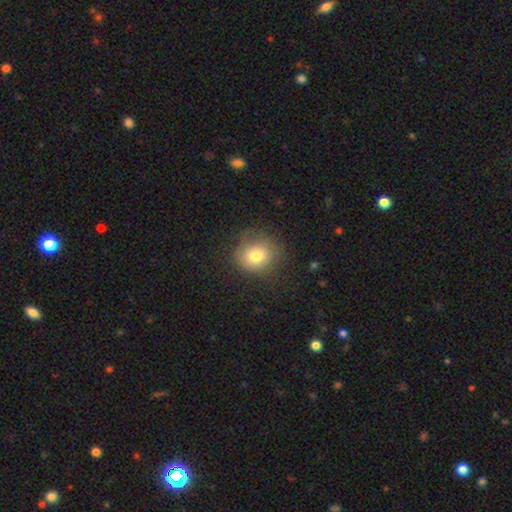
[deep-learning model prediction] Smooth or featured: smooth — 77% (star or artifact — 12%)
How rounded: round — 78% (in between — 21%)
Merging: none — 73% (minor disturbance — 17%)